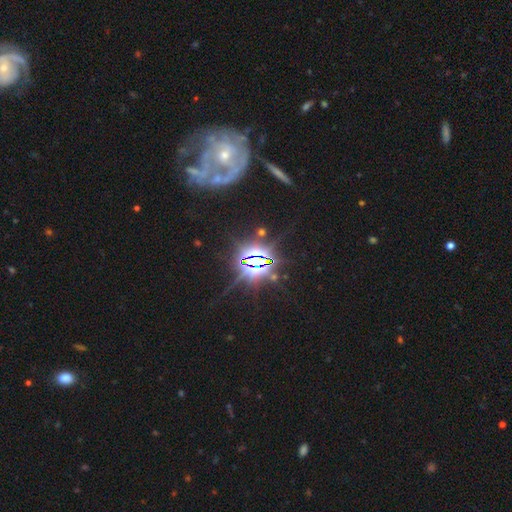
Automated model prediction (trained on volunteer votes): Smooth or featured? Predicted: star or artifact (p=0.85).